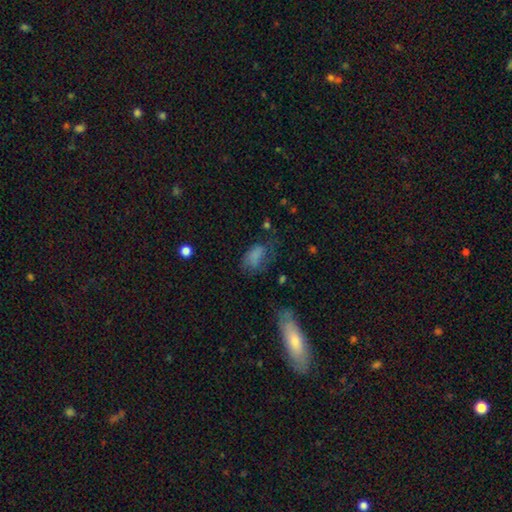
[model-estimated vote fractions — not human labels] Overall: smooth (72%). How rounded: in between (87%). Merging: none (39%; major disturbance 29%).